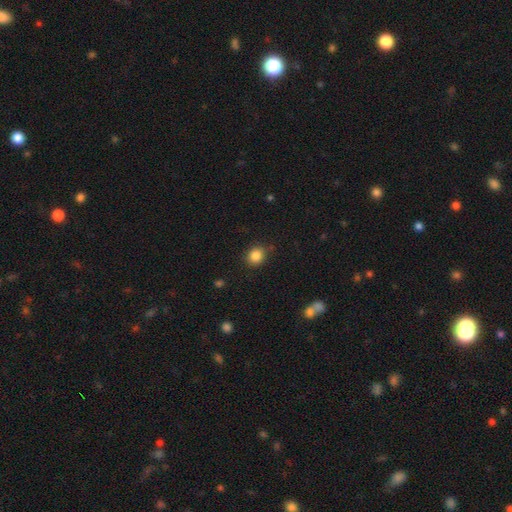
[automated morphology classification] This is clearly a smooth galaxy (85%). How rounded: likely round (78%). Merging: clearly none (85%).